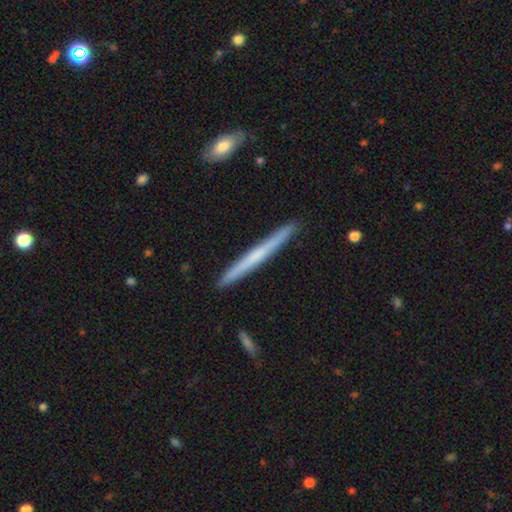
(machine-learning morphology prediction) Smooth or featured? Predicted: smooth (p=0.48). Merging? Predicted: none (p=0.91).